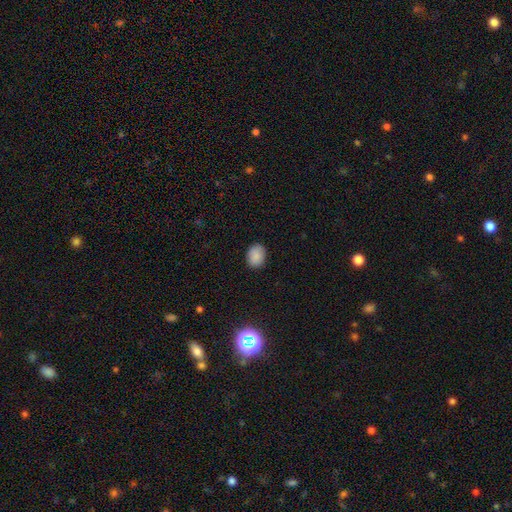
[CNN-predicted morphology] This appears to be a smooth galaxy with no disk features (88%) that is in between round and cigar-shaped (59%). Merging: none (87%).